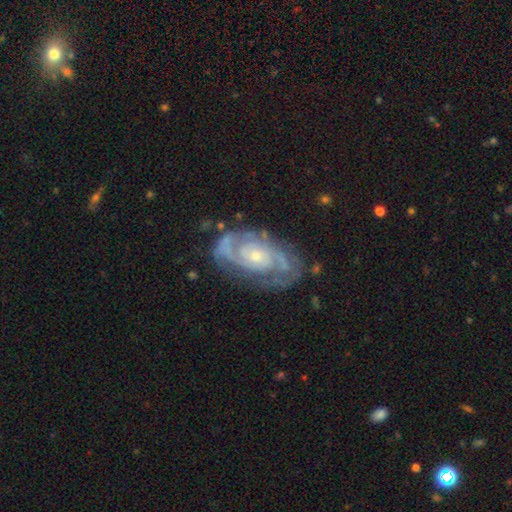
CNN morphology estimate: type=featured or disk (90%); edge-on=no (96%); bar=no (68%); spiral arms=yes (97%); winding=tight (60%); arm count=2 (74%); bulge=small (63%); merging=none (74%).